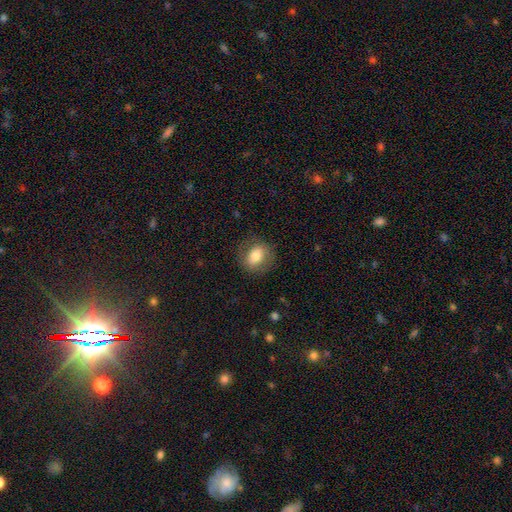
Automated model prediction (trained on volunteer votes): This appears to be a smooth galaxy with no disk features (73%) that is in between round and cigar-shaped (51%). Merging: none (80%).